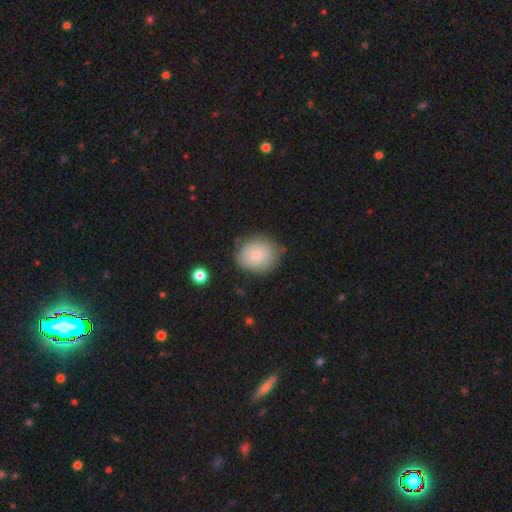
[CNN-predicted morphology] The model was most divided on "how rounded": round: 65%, in between: 34%, cigar-shaped: 1%. More confident: smooth or featured — smooth (82%); merging — none (78%).